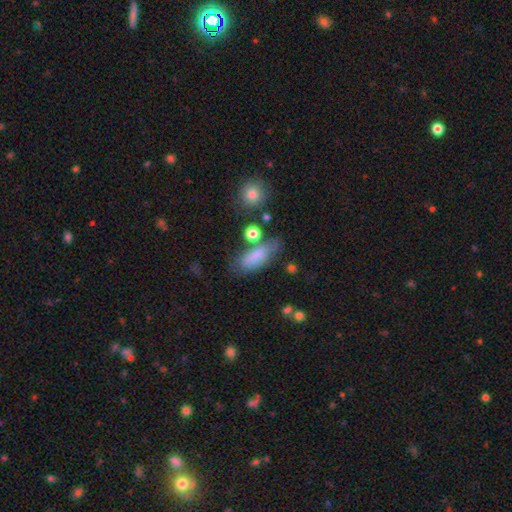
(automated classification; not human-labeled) A smooth galaxy with no disk features (76%) that is in between round and cigar-shaped (70%). Merging: none (51%).